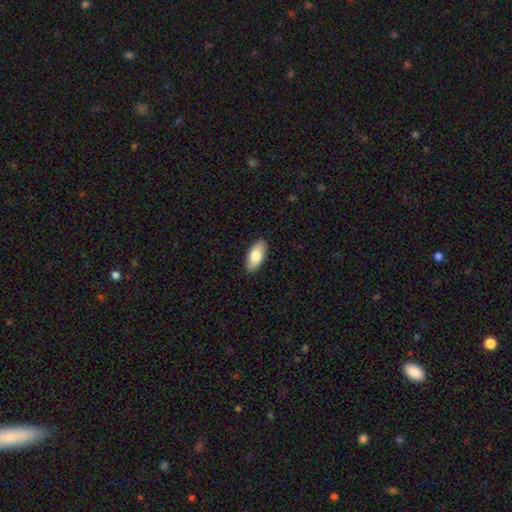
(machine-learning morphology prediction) Smooth or featured? smooth (80%)
How rounded? in between (92%)
Merging? none (90%)